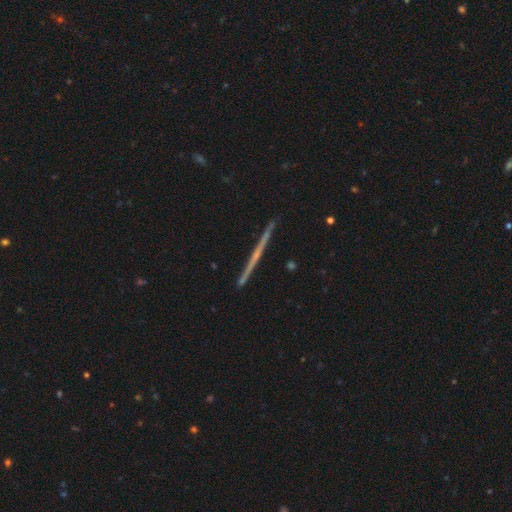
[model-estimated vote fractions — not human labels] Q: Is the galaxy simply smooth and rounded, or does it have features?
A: featured or disk — 75%.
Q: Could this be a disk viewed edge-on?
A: yes — 98%.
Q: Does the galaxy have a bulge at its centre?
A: none — 65%.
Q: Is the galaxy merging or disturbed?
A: none — 92%.